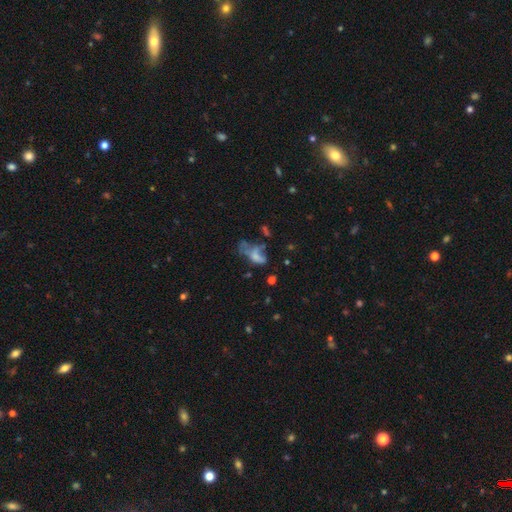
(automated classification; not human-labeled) Smooth or featured? smooth (44%)
Merging? major disturbance (43%)